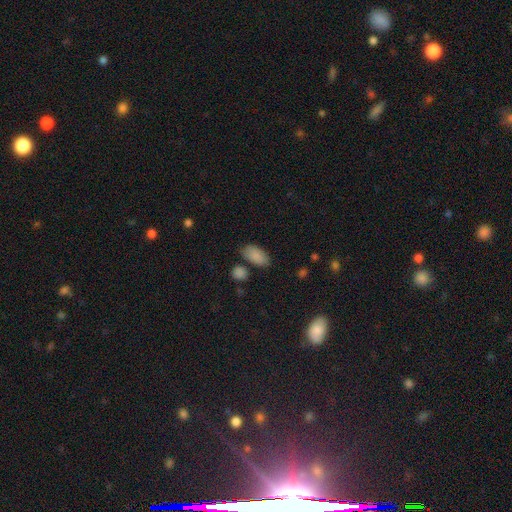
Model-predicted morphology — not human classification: type=smooth (87%); roundness=in between (93%); merging=none (70%).